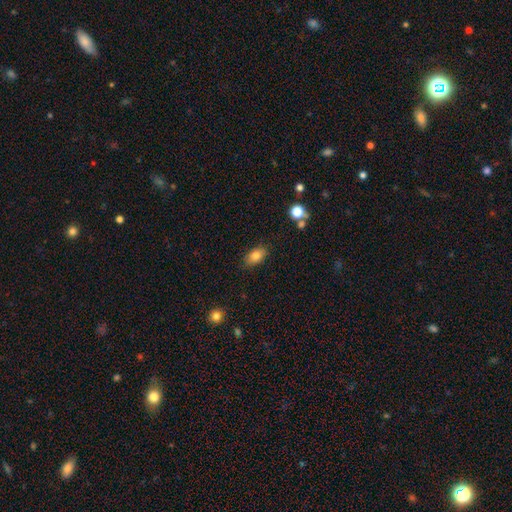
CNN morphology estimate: Smooth or featured?
  - smooth: 82% *
  - featured or disk: 9%
  - star or artifact: 9%
How rounded?
  - in between: 87% *
  - round: 10%
  - cigar-shaped: 3%
Merging?
  - none: 84% *
  - minor disturbance: 12%
  - major disturbance: 3%
  - merger: 2%